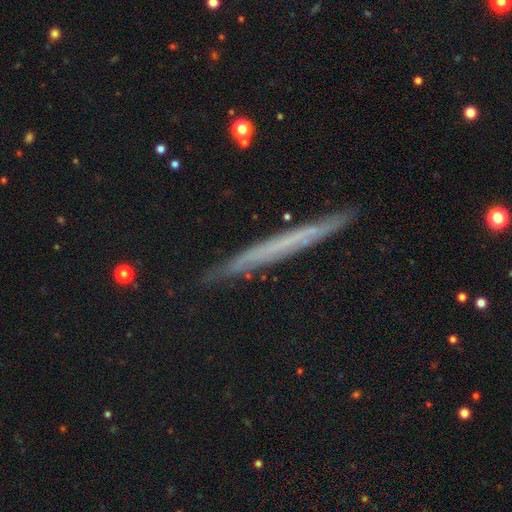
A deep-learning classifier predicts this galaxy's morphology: smooth_or_featured: featured or disk (p=0.56) [alt: smooth p=0.36]
disk_edge_on: yes (p=0.92) [alt: no p=0.08]
edge_on_bulge: none (p=0.92) [alt: rounded p=0.05]
merging: none (p=0.85) [alt: minor disturbance p=0.12]